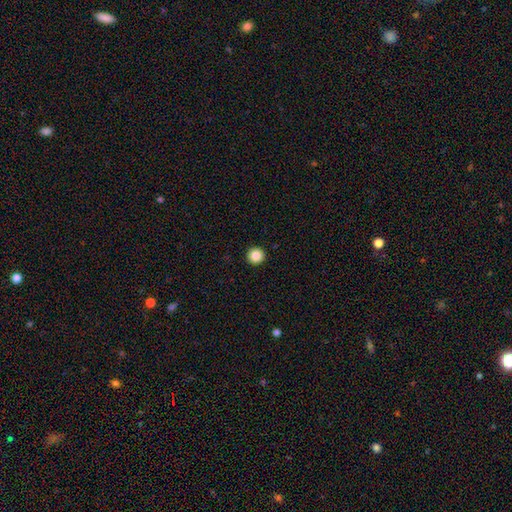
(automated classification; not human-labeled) Smooth or featured? smooth (87%)
How rounded? round (96%)
Merging? none (94%)